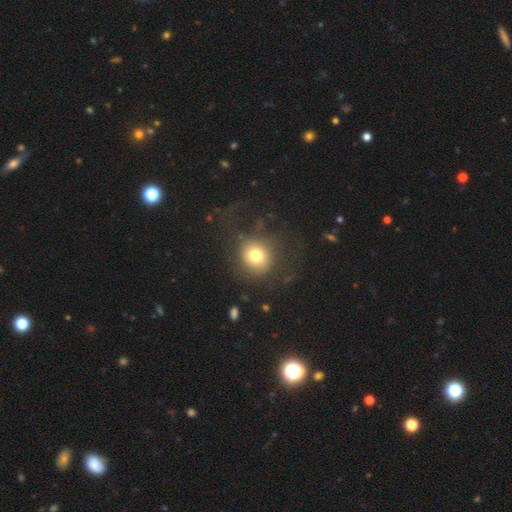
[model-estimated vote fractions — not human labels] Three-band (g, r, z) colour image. It shows a smooth galaxy with no disk features (74%) that is round (81%). Merging: none (63%).